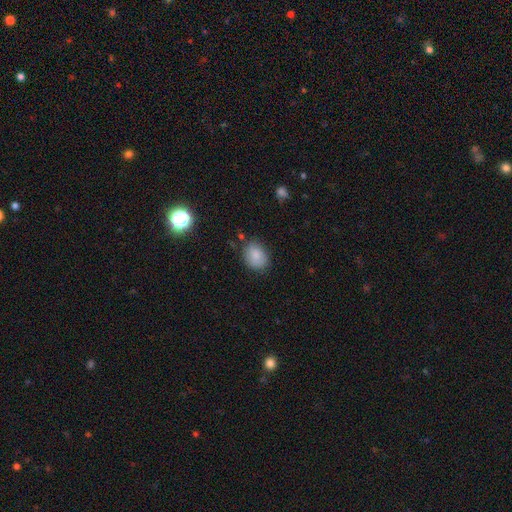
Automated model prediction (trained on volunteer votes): This appears to be a smooth galaxy with no disk features (85%) that is in between round and cigar-shaped (61%). Merging: none (79%).